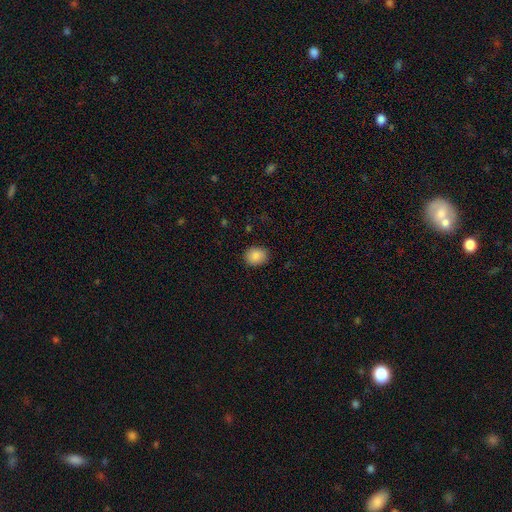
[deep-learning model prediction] Smooth or featured? smooth (88%)
How rounded? round (58%)
Merging? none (87%)